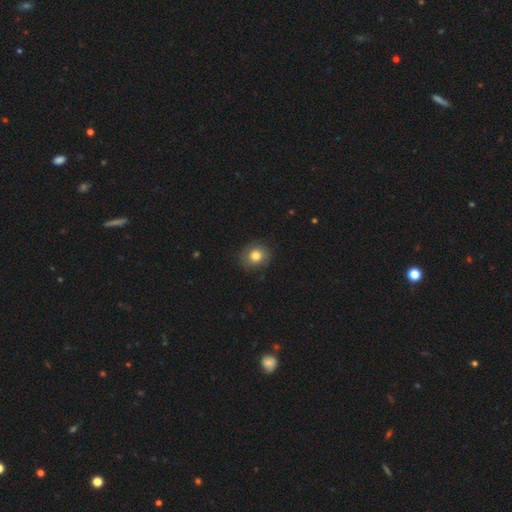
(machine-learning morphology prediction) Smooth or featured: smooth — 79% (featured or disk — 11%)
How rounded: round — 76% (in between — 23%)
Merging: none — 86% (minor disturbance — 11%)